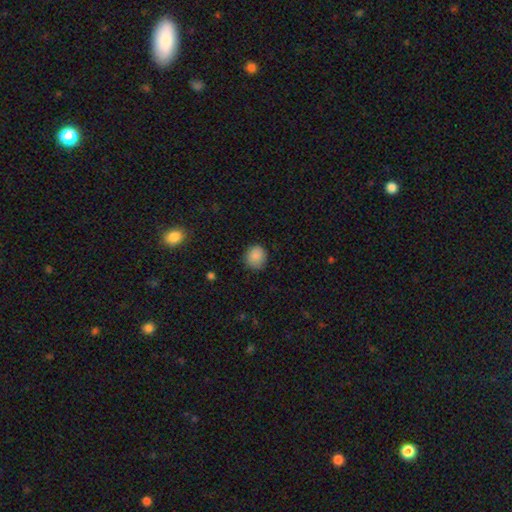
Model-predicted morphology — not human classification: The model was most divided on "how rounded": round: 84%, in between: 15%, cigar-shaped: 1%. More confident: smooth or featured — smooth (87%); merging — none (83%).